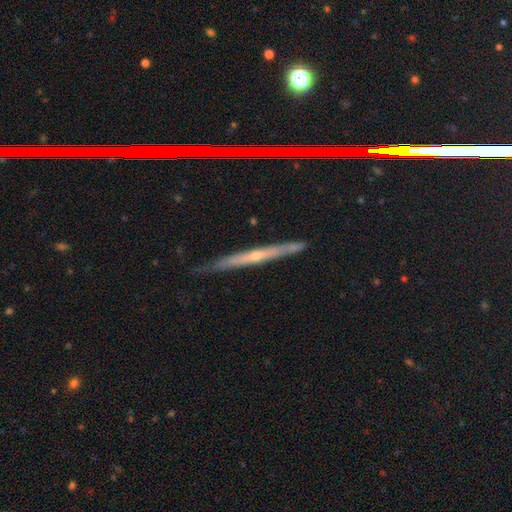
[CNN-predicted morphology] smooth_or_featured: featured or disk (p=0.66) [alt: star or artifact p=0.17]
disk_edge_on: yes (p=0.93) [alt: no p=0.07]
edge_on_bulge: rounded (p=0.68) [alt: none p=0.26]
merging: none (p=0.84) [alt: minor disturbance p=0.12]